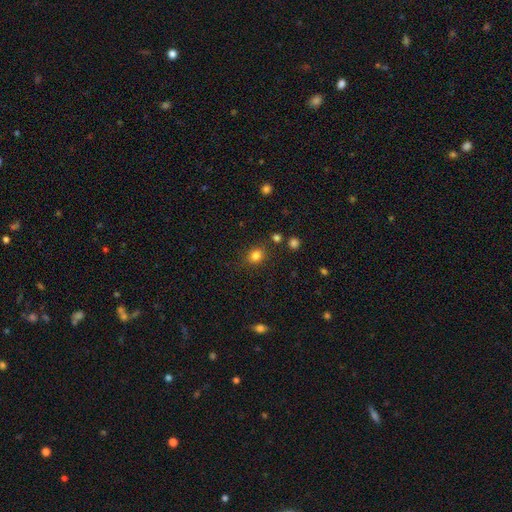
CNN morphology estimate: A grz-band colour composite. It shows a smooth galaxy with no disk features (82%) that is round (68%). Merging: none (82%).